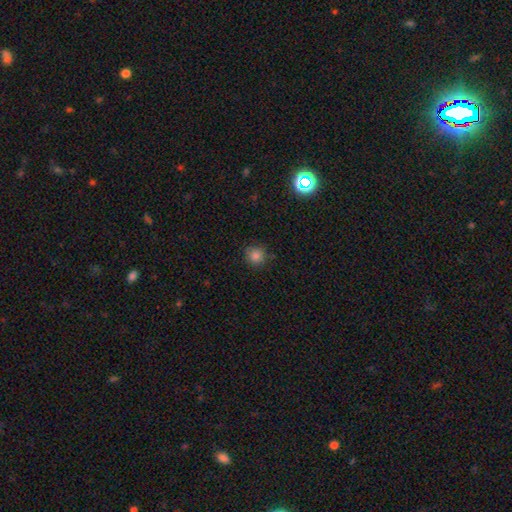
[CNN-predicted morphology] Smooth or featured: smooth — 82% (star or artifact — 13%)
How rounded: round — 92% (in between — 7%)
Merging: none — 86% (minor disturbance — 10%)